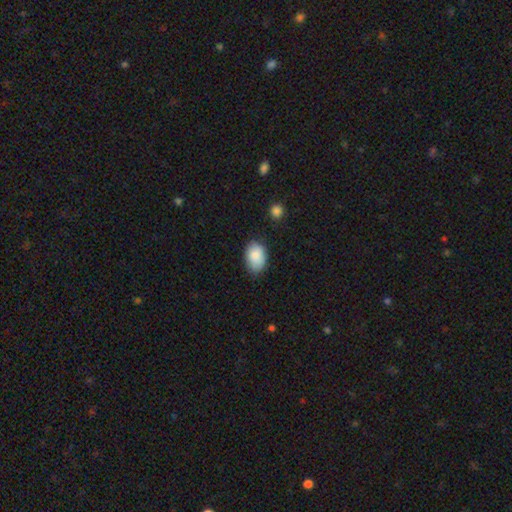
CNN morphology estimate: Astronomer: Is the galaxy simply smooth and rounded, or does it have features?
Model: smooth — 87%.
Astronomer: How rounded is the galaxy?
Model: in between — 86%.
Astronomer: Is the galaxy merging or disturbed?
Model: none — 74%.